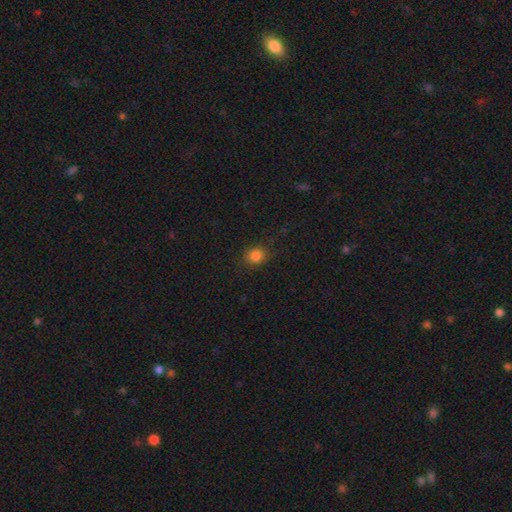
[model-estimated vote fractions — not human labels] Smooth or featured: smooth — 83% (star or artifact — 13%)
How rounded: round — 76% (in between — 23%)
Merging: none — 83% (minor disturbance — 12%)